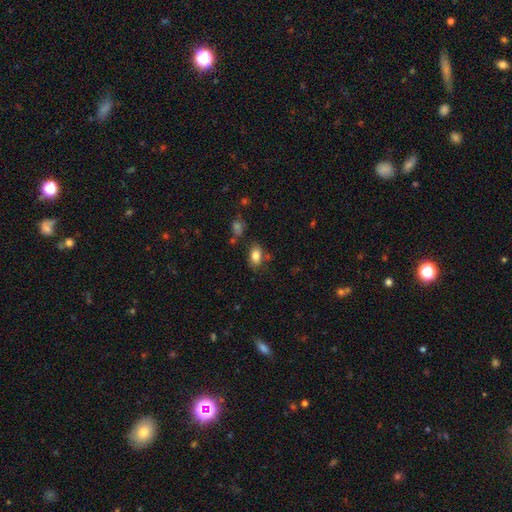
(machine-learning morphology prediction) smooth-or-featured: smooth: 82% | featured or disk: 9% | star or artifact: 9%
  how-rounded: in between: 86% | round: 13% | cigar-shaped: 2%
  merging: none: 73% | minor disturbance: 16% | merger: 7% | major disturbance: 4%